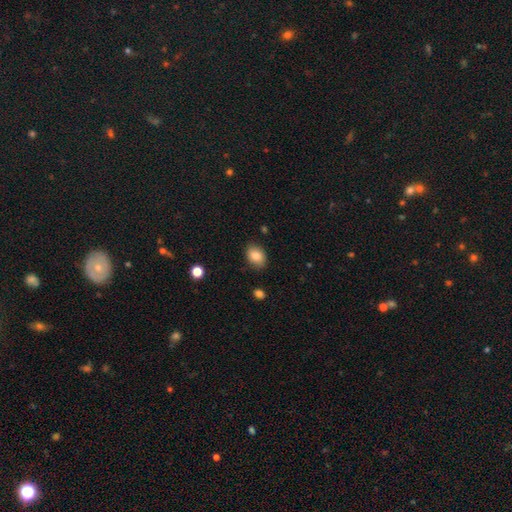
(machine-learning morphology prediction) A smooth galaxy with no disk features (84%) that is in between round and cigar-shaped (68%). Merging: none (85%).